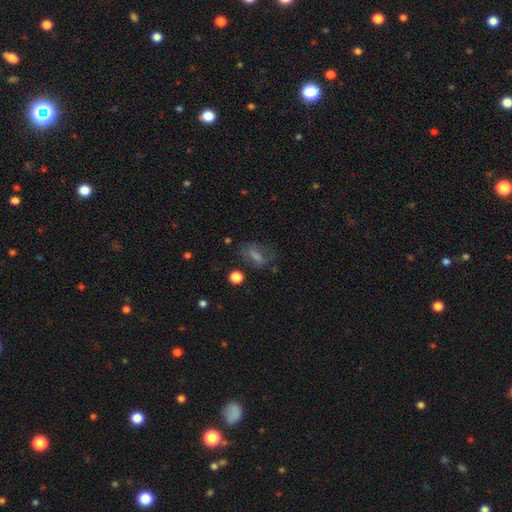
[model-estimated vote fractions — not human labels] Smooth or featured: smooth — 44% (featured or disk — 32%)
Merging: none — 59% (minor disturbance — 20%)